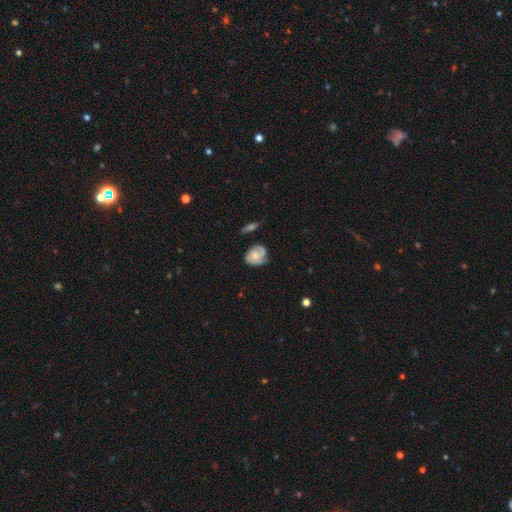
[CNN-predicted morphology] This is possibly a featured or disk galaxy (56%). It is clearly not viewed edge-on (97%). Bar: likely no (80%). Spiral arm pattern: likely yes (78%). Central bulge: possibly moderate (50%). Merging: possibly none (50%).